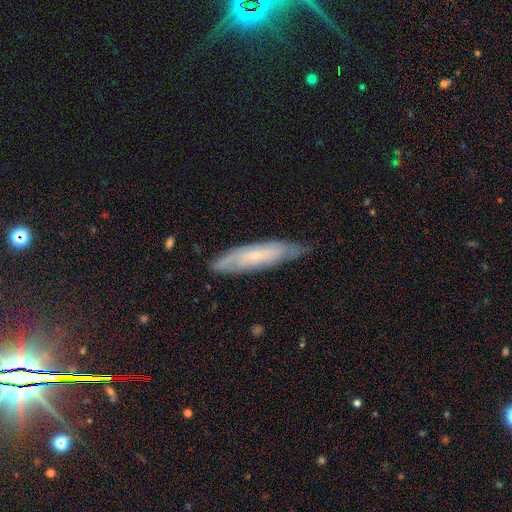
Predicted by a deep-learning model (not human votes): Overall: featured or disk (57%; smooth 36%). Edge-on disk: no (60%; yes 40%). Merging: none (74%).